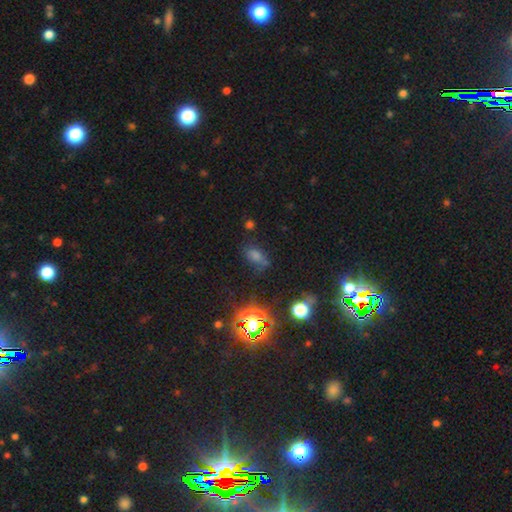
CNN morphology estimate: A smooth galaxy with no disk features (48%). Merging: none (62%).